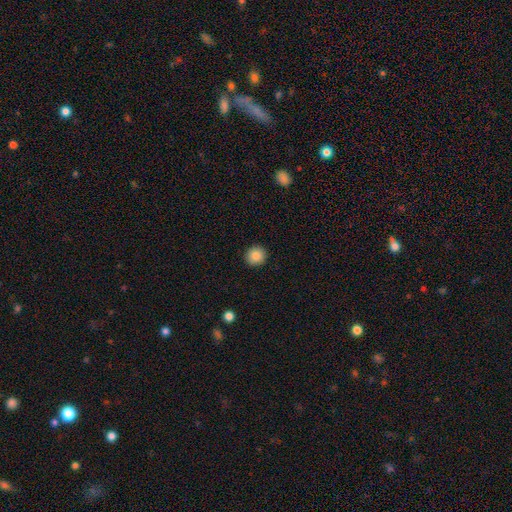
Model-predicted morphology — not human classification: smooth 86%, star or artifact 9%, featured or disk 5%. Down the decision tree: how rounded — round (93%); merging — none (93%).